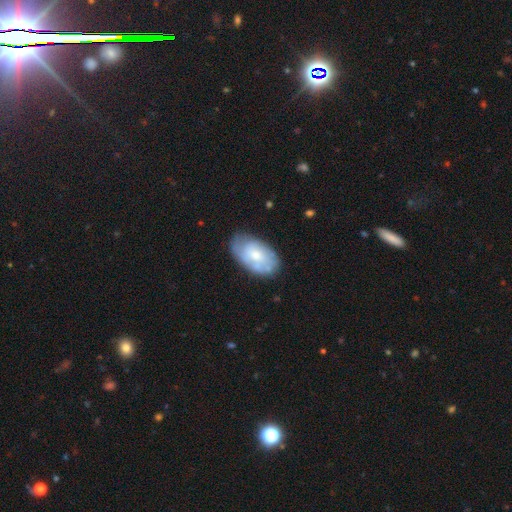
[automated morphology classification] A smooth galaxy with no disk features (49%). Merging: none (65%).